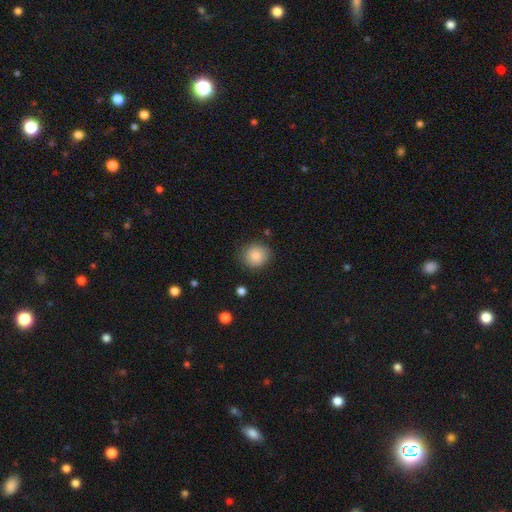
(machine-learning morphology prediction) smooth-or-featured: smooth: 86% | star or artifact: 8% | featured or disk: 6%
  how-rounded: round: 84% | in between: 15% | cigar-shaped: 1%
  merging: none: 83% | minor disturbance: 12% | major disturbance: 3% | merger: 2%